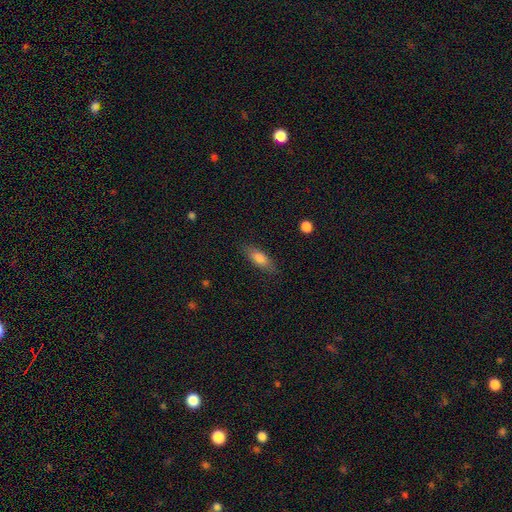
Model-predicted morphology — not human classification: A smooth galaxy with no disk features (66%) that is in between round and cigar-shaped (61%).

Vote fractions:
- Smooth or featured? smooth: 66% / featured or disk: 23% / star or artifact: 11%
- How rounded? in between: 61% / cigar-shaped: 35% / round: 4%
- Merging? none: 85% / minor disturbance: 11% / major disturbance: 3% / merger: 1%